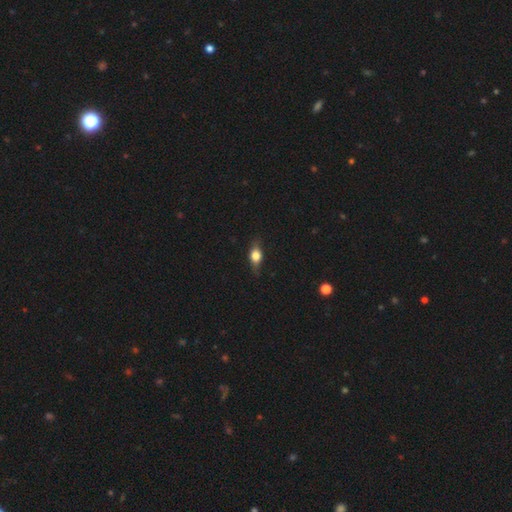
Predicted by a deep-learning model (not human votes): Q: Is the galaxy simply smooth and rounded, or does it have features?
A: smooth — 66%.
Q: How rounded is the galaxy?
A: in between — 66%.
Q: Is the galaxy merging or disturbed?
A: none — 78%.